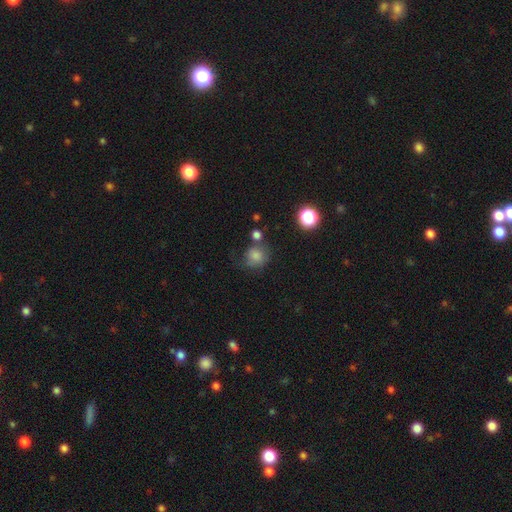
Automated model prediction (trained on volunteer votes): This is likely a smooth galaxy (80%). How rounded: clearly round (82%). Merging: possibly none (59%).